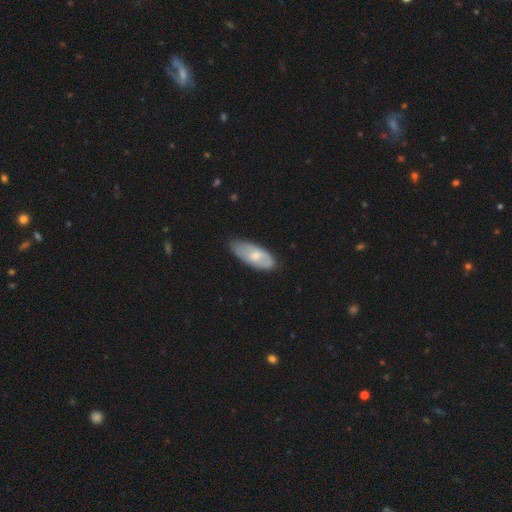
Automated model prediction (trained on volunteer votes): smooth-or-featured: smooth: 60% | featured or disk: 34% | star or artifact: 6%
  how-rounded: in between: 86% | cigar-shaped: 11% | round: 2%
  merging: none: 68% | minor disturbance: 26% | major disturbance: 5% | merger: 2%